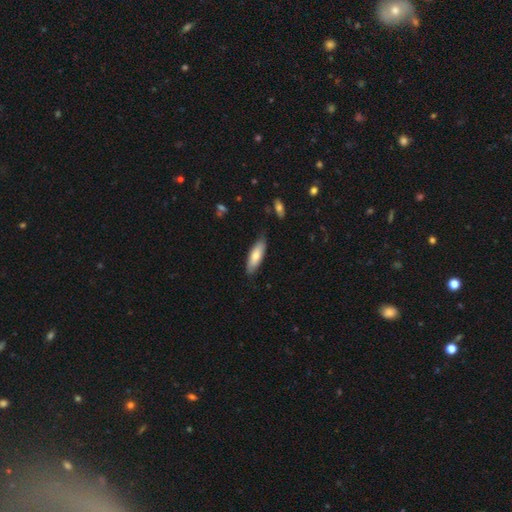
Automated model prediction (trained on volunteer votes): Smooth or featured? smooth (73%)
How rounded? in between (55%)
Merging? none (80%)